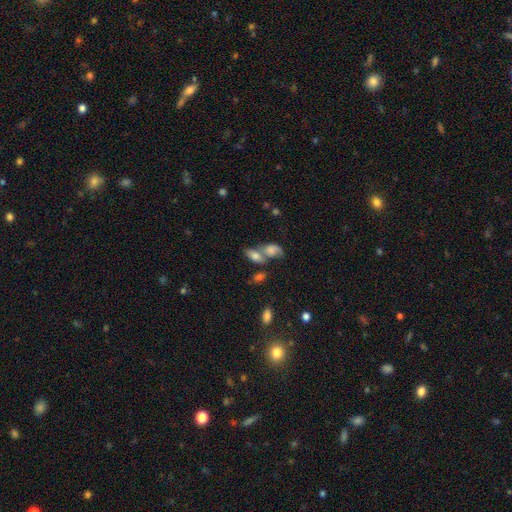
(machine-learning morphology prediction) Q: Smooth or featured?
A: smooth (70%); runner-up: featured or disk (20%)
Q: How rounded?
A: in between (82%); runner-up: cigar-shaped (9%)
Q: Merging?
A: merger (49%); runner-up: none (34%)